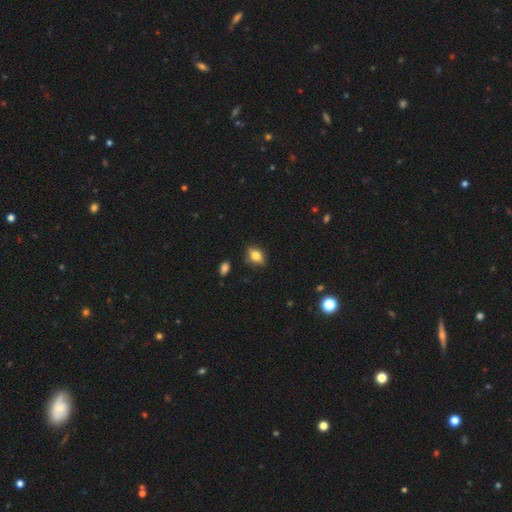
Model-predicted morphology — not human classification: A smooth galaxy with no disk features (63%) that is in between round and cigar-shaped (74%).

Vote fractions:
- Smooth or featured? smooth: 63% / featured or disk: 27% / star or artifact: 10%
- How rounded? in between: 74% / round: 18% / cigar-shaped: 8%
- Merging? none: 76% / minor disturbance: 18% / major disturbance: 4% / merger: 2%